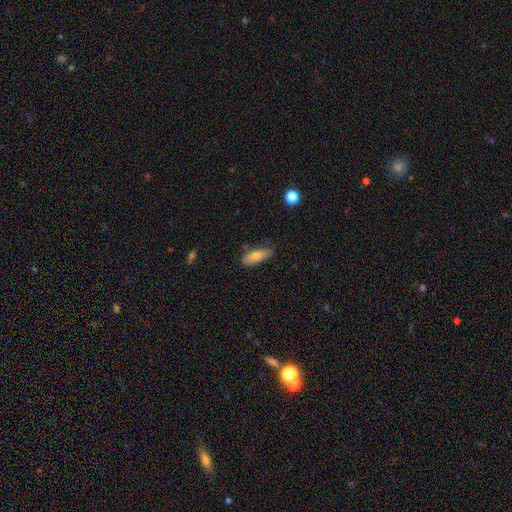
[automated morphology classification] smooth-or-featured: smooth: 68% | featured or disk: 23% | star or artifact: 9%
  how-rounded: in between: 63% | cigar-shaped: 34% | round: 3%
  merging: none: 76% | minor disturbance: 19% | major disturbance: 3% | merger: 2%